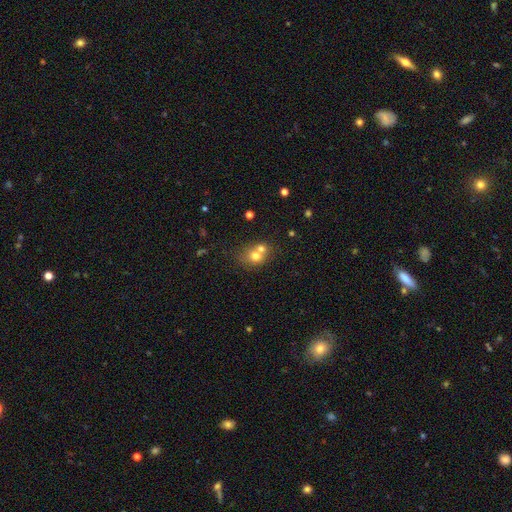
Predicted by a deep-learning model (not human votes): Overall: smooth (69%). How rounded: round (66%; in between 33%). Merging: merger (56%; none 33%).